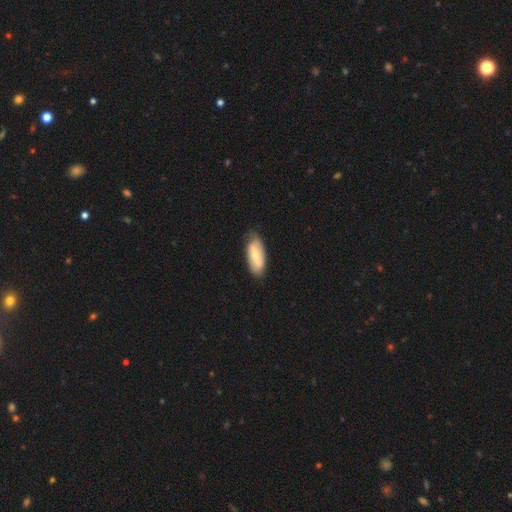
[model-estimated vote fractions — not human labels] Overall: featured or disk (52%; smooth 42%). Edge-on disk: no (84%). Merging: none (76%).